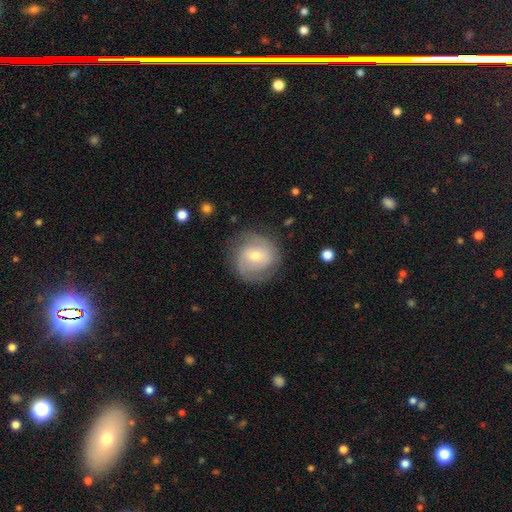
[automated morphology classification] The model was most divided on "bar": no: 44%, weak: 43%, strong: 13%. More confident: edge-on disk — no (97%); spiral arms — yes (83%); merging — none (78%); smooth or featured — featured or disk (62%); bulge size — moderate (59%).